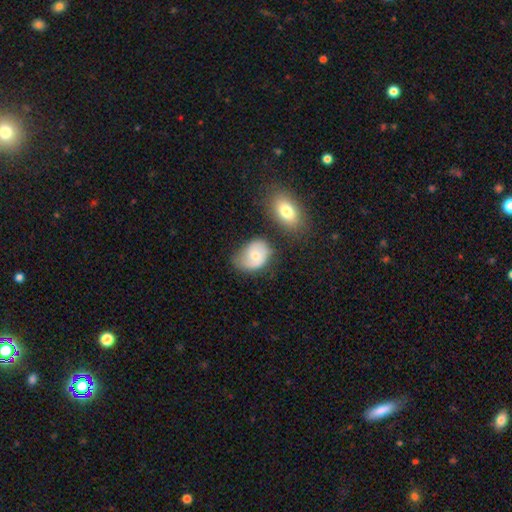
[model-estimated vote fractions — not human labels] Smooth or featured?
  - smooth: 52% *
  - featured or disk: 40%
  - star or artifact: 8%
How rounded?
  - in between: 68% *
  - round: 31%
  - cigar-shaped: 1%
Merging?
  - none: 44% *
  - minor disturbance: 32%
  - major disturbance: 15%
  - merger: 8%